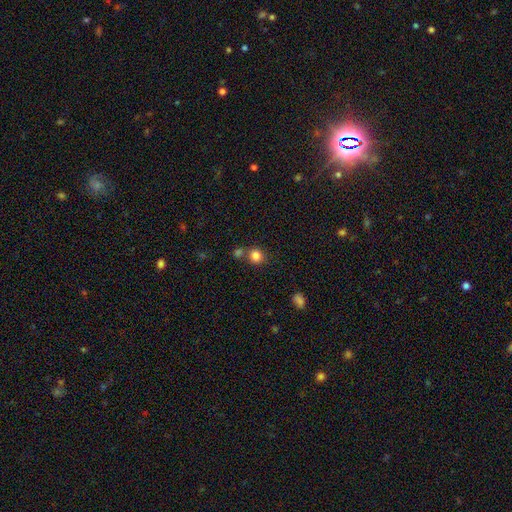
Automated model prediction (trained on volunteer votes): smooth_or_featured: smooth (p=0.83) [alt: star or artifact p=0.11]
how_rounded: round (p=0.84) [alt: in between p=0.16]
merging: none (p=0.66) [alt: merger p=0.20]